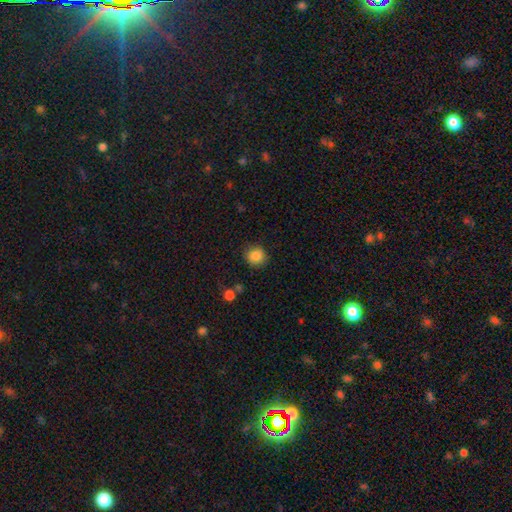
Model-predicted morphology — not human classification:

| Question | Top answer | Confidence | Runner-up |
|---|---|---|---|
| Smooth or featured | smooth | 86% | star or artifact (10%) |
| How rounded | round | 90% | in between (9%) |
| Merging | none | 86% | minor disturbance (9%) |